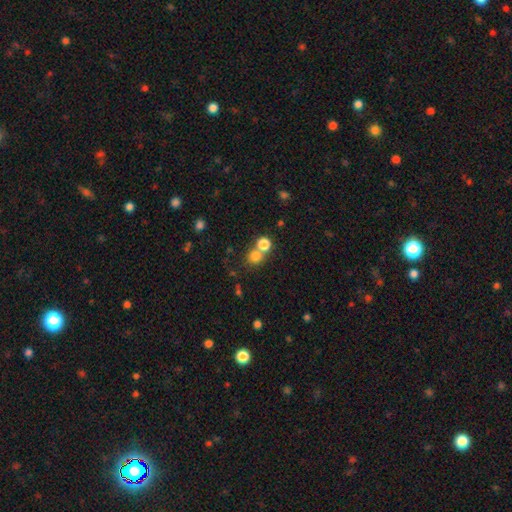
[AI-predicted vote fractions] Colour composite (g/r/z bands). It shows a smooth galaxy with no disk features (78%) that is round (87%). Merging: none (53%).